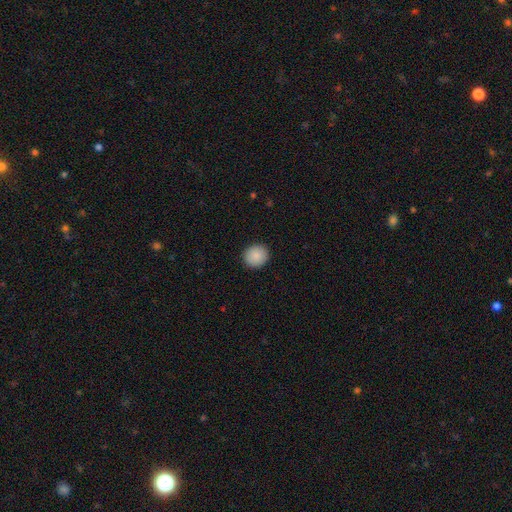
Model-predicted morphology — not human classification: Q: Smooth or featured?
A: smooth (89%); runner-up: star or artifact (7%)
Q: How rounded?
A: round (88%); runner-up: in between (11%)
Q: Merging?
A: none (92%); runner-up: minor disturbance (6%)